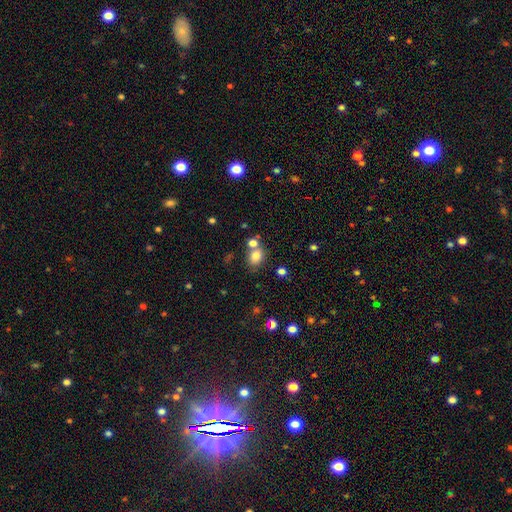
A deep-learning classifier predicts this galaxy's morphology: type=smooth (79%); roundness=in between (56%); merging=none (58%).